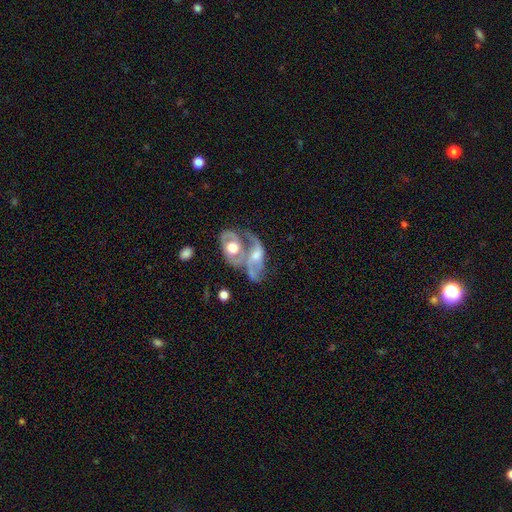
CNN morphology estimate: Smooth or featured: featured or disk — 72% (smooth — 21%)
Edge-on disk: no — 94% (yes — 6%)
Bar: no — 68% (weak — 25%)
Spiral arms: yes — 72% (no — 28%)
Bulge size: moderate — 57% (large — 18%)
Merging: merger — 67% (major disturbance — 14%)